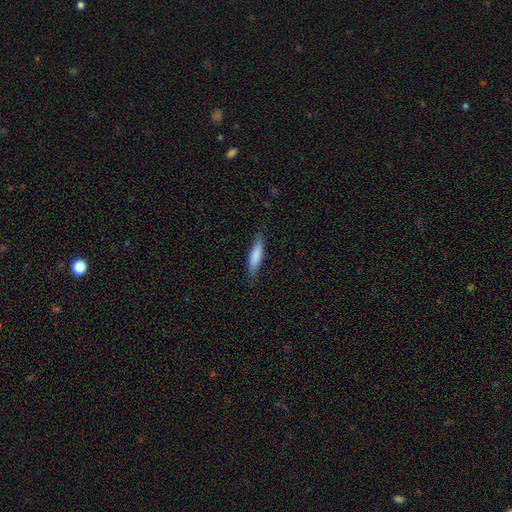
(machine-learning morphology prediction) smooth_or_featured: smooth (p=0.80) [alt: featured or disk p=0.15]
how_rounded: cigar-shaped (p=0.80) [alt: in between p=0.18]
merging: none (p=0.83) [alt: minor disturbance p=0.14]